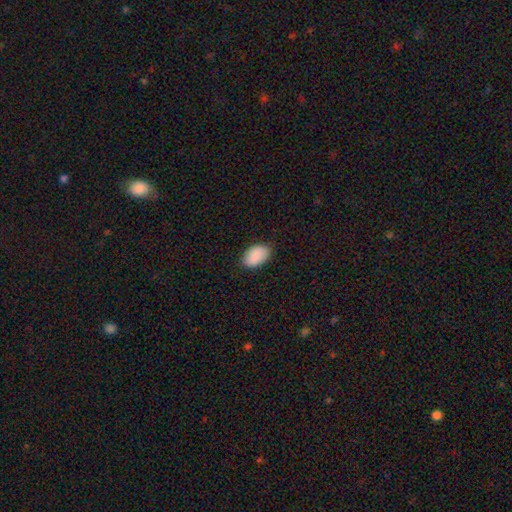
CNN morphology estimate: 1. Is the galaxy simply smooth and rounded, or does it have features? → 89% smooth, 6% star or artifact, 4% featured or disk.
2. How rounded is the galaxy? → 93% in between, 5% round, 1% cigar-shaped.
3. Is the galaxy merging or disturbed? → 83% none, 14% minor disturbance, 3% major disturbance, 1% merger.